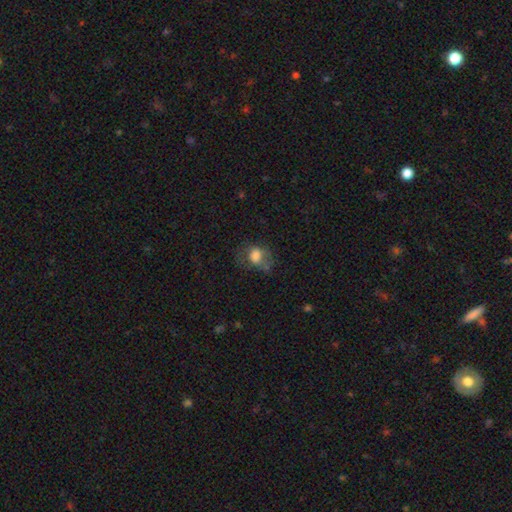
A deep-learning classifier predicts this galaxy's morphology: Smooth or featured?
  - smooth: 68% *
  - featured or disk: 21%
  - star or artifact: 11%
How rounded?
  - in between: 55% *
  - round: 44%
  - cigar-shaped: 1%
Merging?
  - none: 39% *
  - major disturbance: 30%
  - minor disturbance: 27%
  - merger: 4%